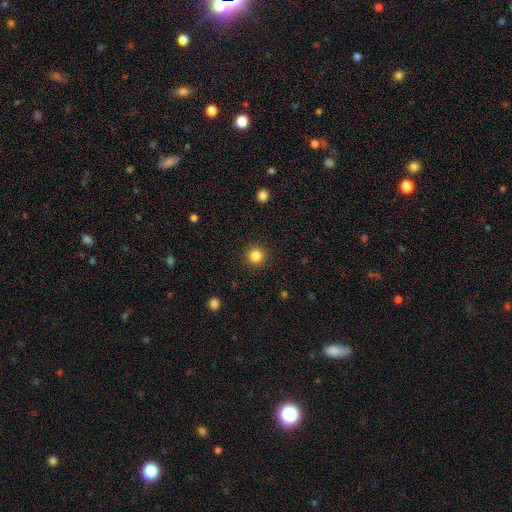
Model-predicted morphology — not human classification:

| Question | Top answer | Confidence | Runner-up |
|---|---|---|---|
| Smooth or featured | smooth | 84% | star or artifact (12%) |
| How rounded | round | 95% | in between (4%) |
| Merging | none | 91% | minor disturbance (5%) |